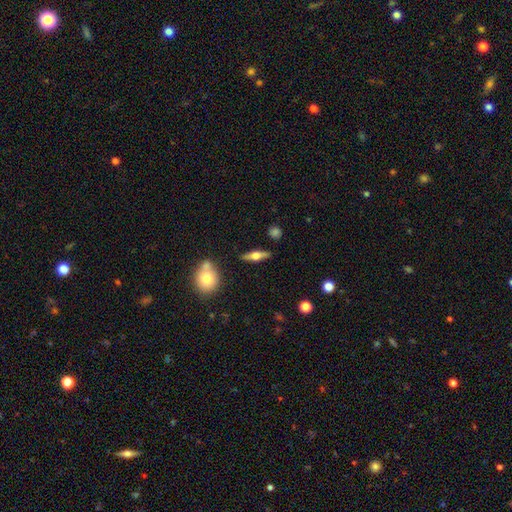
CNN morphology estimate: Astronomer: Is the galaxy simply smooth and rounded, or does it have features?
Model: featured or disk — 60%.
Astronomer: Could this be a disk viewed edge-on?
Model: yes — 94%.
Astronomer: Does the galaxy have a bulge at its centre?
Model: rounded — 94%.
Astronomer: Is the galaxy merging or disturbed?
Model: none — 85%.